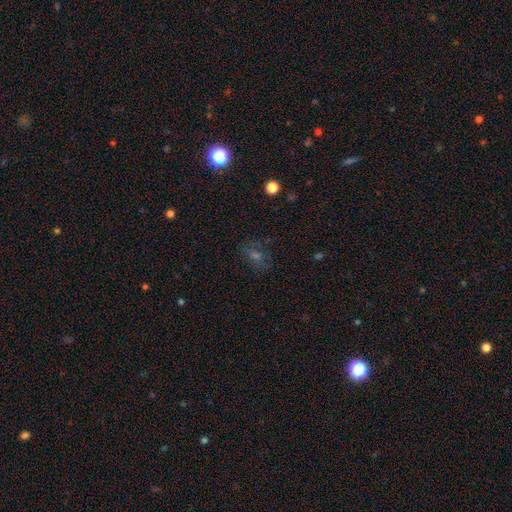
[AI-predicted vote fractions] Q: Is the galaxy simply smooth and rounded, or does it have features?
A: smooth — 39%.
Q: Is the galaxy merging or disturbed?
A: none — 73%.